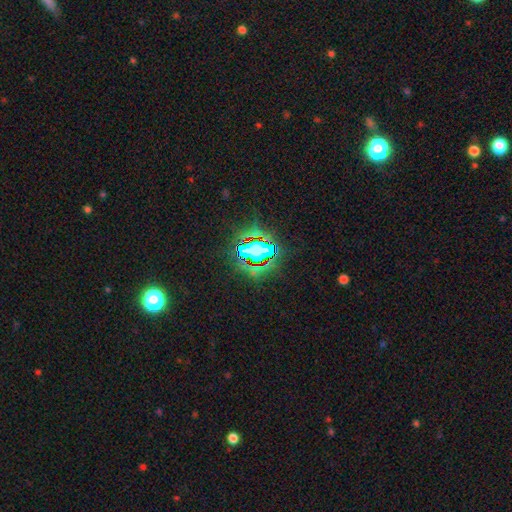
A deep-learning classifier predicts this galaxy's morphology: Q: Smooth or featured?
A: star or artifact (79%); runner-up: smooth (13%)